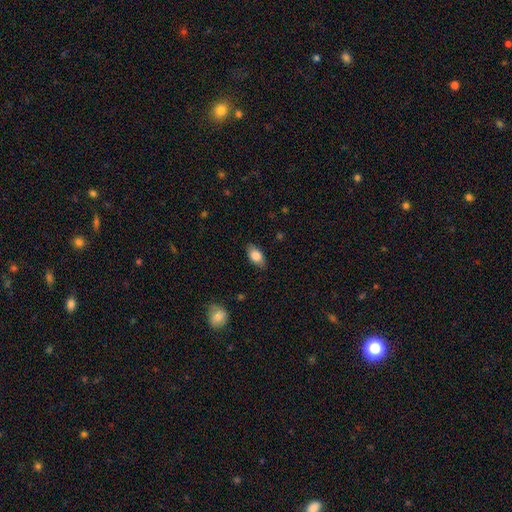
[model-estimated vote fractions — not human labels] Morphology: type=smooth (82%); roundness=in between (89%); merging=none (84%).